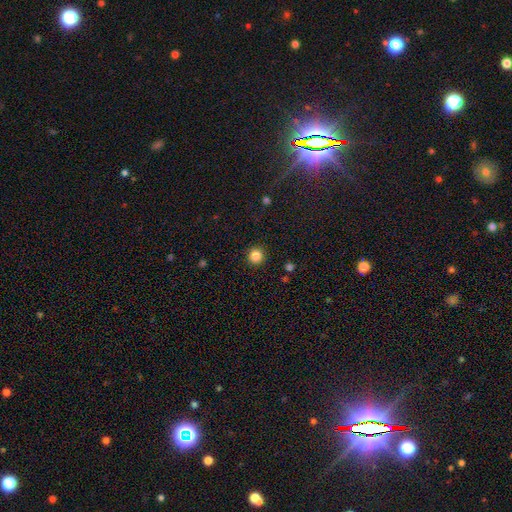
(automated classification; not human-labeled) smooth_or_featured: smooth (p=0.86) [alt: star or artifact p=0.11]
how_rounded: round (p=0.95) [alt: in between p=0.04]
merging: none (p=0.92) [alt: minor disturbance p=0.05]